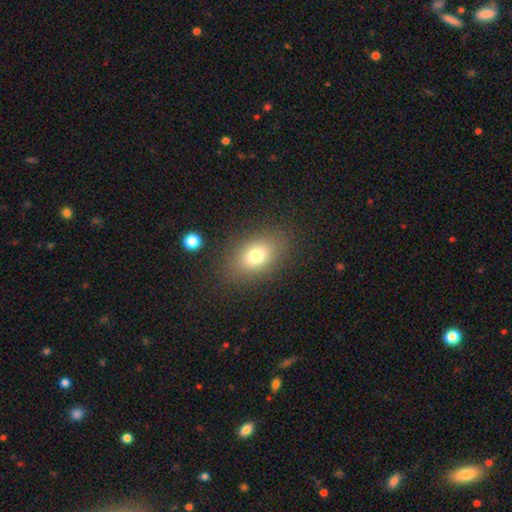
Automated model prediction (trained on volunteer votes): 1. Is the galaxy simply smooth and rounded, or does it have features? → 76% smooth, 12% featured or disk, 12% star or artifact.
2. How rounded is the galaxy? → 78% in between, 21% round, 1% cigar-shaped.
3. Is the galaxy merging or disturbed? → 83% none, 10% minor disturbance, 5% major disturbance, 2% merger.